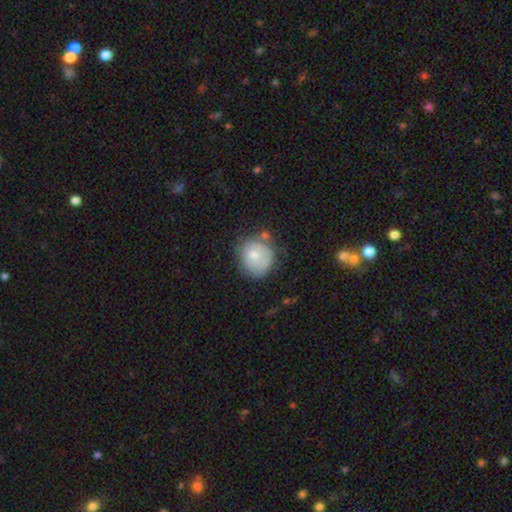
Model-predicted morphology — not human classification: A smooth galaxy with no disk features (67%) that is round (76%). Merging: none (55%).